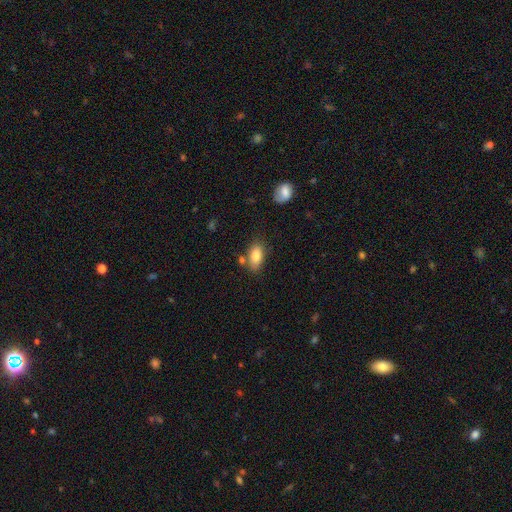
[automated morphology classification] smooth-or-featured: smooth: 84% | featured or disk: 9% | star or artifact: 7%
  how-rounded: in between: 90% | round: 5% | cigar-shaped: 5%
  merging: none: 70% | minor disturbance: 17% | merger: 9% | major disturbance: 4%